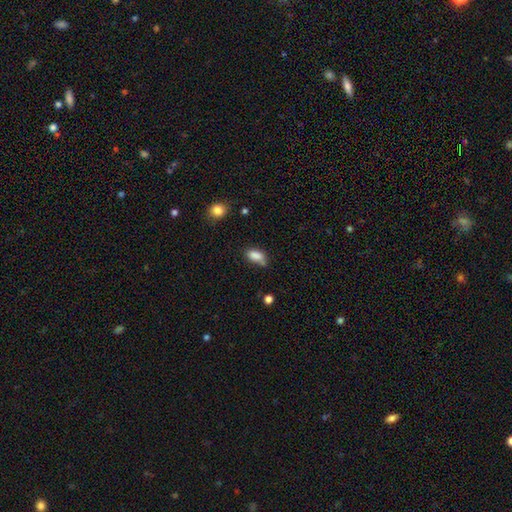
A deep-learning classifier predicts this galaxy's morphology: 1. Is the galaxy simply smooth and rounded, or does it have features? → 84% smooth, 9% star or artifact, 6% featured or disk.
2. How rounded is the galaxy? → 89% in between, 6% round, 5% cigar-shaped.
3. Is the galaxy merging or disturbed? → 54% none, 28% minor disturbance, 11% merger, 7% major disturbance.